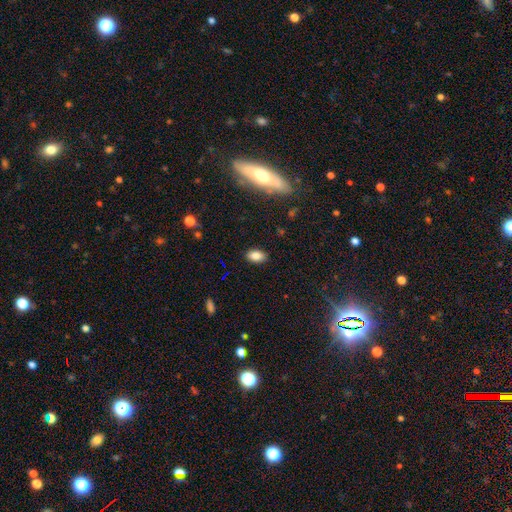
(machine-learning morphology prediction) A smooth galaxy with no disk features (84%) that is in between round and cigar-shaped (90%).

Vote fractions:
- Smooth or featured? smooth: 84% / star or artifact: 10% / featured or disk: 6%
- How rounded? in between: 90% / round: 8% / cigar-shaped: 2%
- Merging? none: 87% / minor disturbance: 9% / major disturbance: 2% / merger: 1%